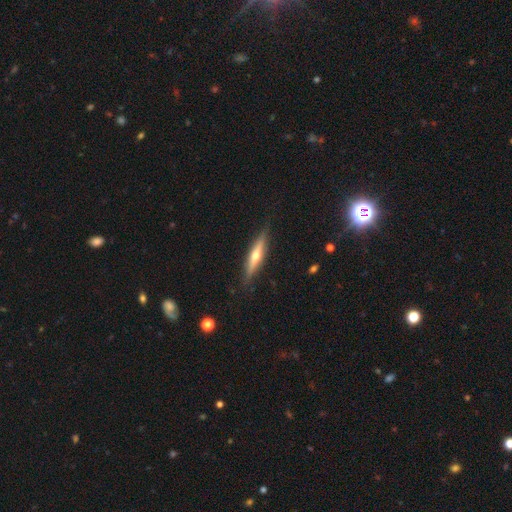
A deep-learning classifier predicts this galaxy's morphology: A featured or disk galaxy (63%) viewed edge-on (96%) with a rounded central bulge (88%).

Vote fractions:
- Smooth or featured? featured or disk: 63% / smooth: 31% / star or artifact: 6%
- Edge-on disk? yes: 96% / no: 4%
- Edge-on bulge? rounded: 88% / none: 7% / boxy: 4%
- Merging? none: 87% / minor disturbance: 10% / major disturbance: 2% / merger: 1%